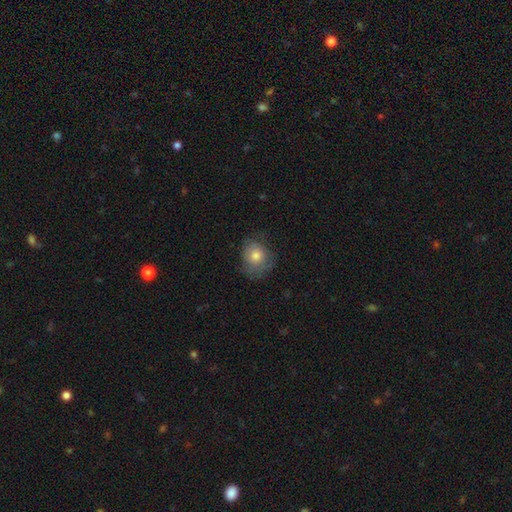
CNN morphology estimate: A smooth galaxy with no disk features (73%) that is round (72%).

Vote fractions:
- Smooth or featured? smooth: 73% / featured or disk: 17% / star or artifact: 9%
- How rounded? round: 72% / in between: 27% / cigar-shaped: 1%
- Merging? none: 65% / minor disturbance: 24% / major disturbance: 10% / merger: 1%